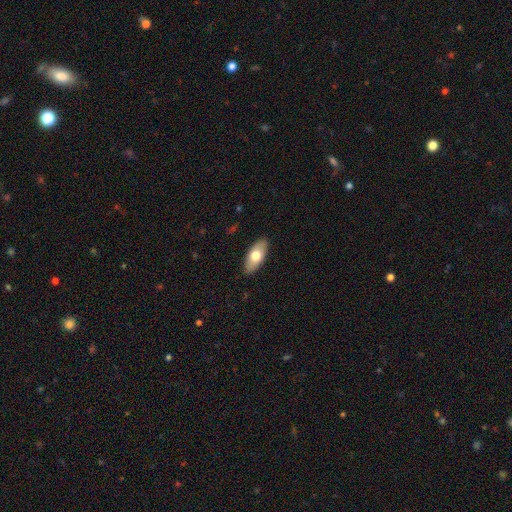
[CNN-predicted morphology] A smooth galaxy with no disk features (69%) that is in between round and cigar-shaped (90%). Merging: none (89%).